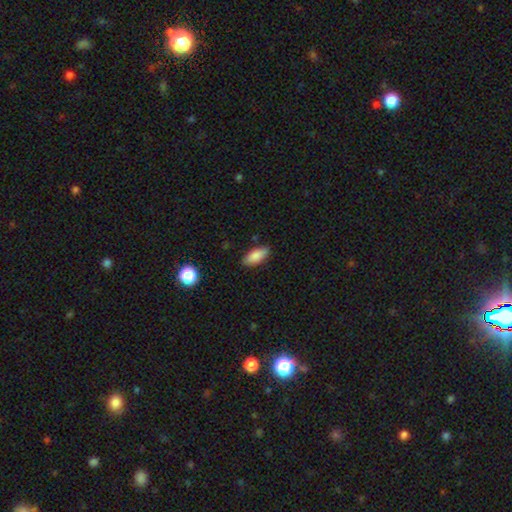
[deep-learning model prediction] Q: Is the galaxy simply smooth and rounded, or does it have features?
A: smooth — 86%.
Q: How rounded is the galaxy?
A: in between — 86%.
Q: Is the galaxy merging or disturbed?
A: none — 84%.